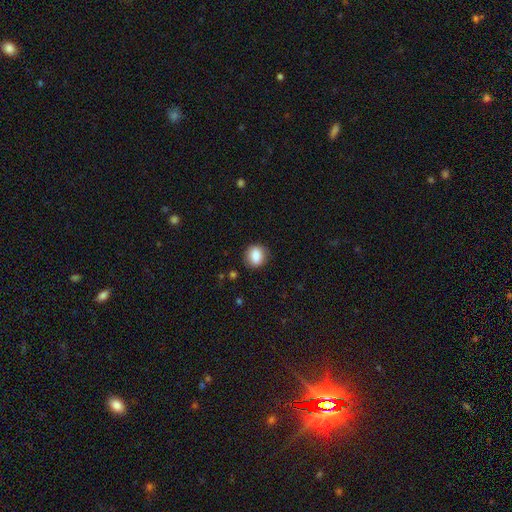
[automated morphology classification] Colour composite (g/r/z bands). It shows a smooth galaxy with no disk features (84%) that is round (60%). Merging: none (85%).